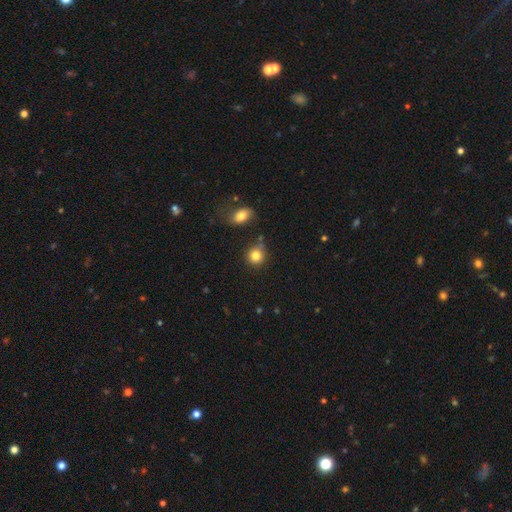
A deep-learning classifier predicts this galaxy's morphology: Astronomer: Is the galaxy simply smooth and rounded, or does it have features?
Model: smooth — 83%.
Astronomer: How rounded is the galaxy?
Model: round — 85%.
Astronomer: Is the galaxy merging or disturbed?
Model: none — 73%.